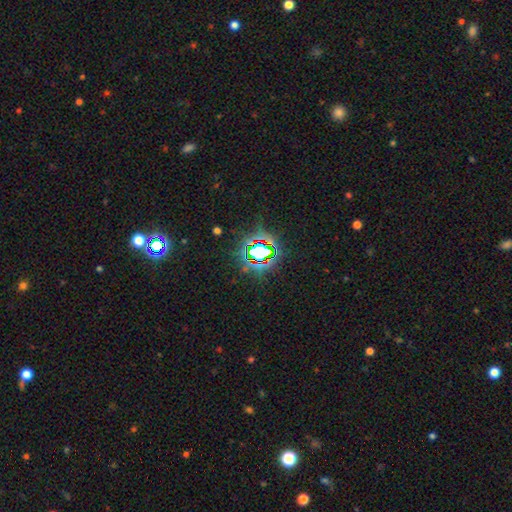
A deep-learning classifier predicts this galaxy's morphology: Smooth or featured: star or artifact — 75% (smooth — 15%)